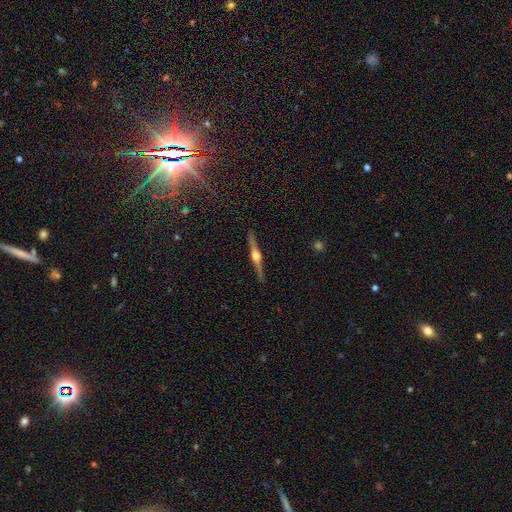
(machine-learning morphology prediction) This appears to be a featured or disk galaxy (82%) viewed edge-on (98%) with a rounded central bulge (92%). Merging: none (91%).